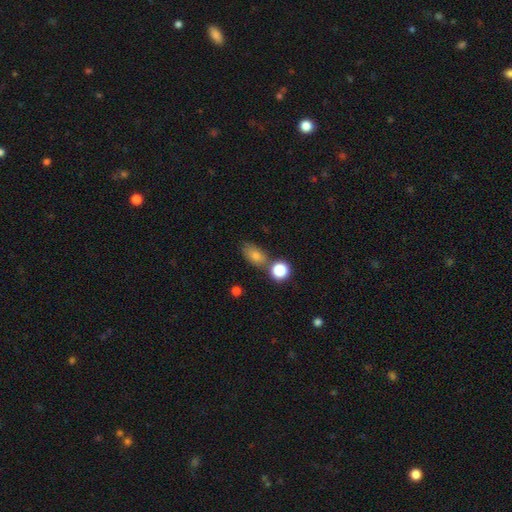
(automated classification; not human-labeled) A smooth galaxy with no disk features (79%) that is in between round and cigar-shaped (79%).

Vote fractions:
- Smooth or featured? smooth: 79% / star or artifact: 12% / featured or disk: 9%
- How rounded? in between: 79% / round: 17% / cigar-shaped: 3%
- Merging? none: 60% / merger: 18% / minor disturbance: 16% / major disturbance: 5%